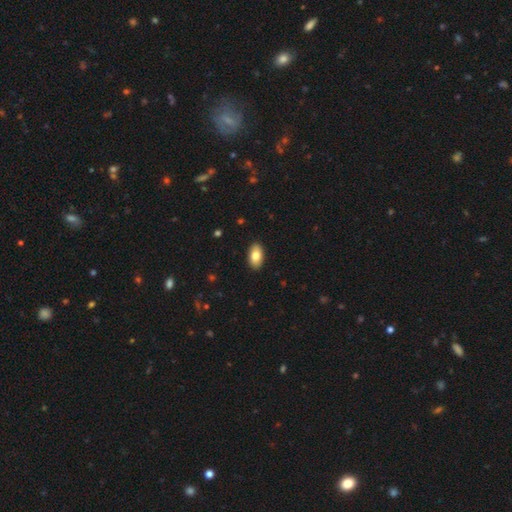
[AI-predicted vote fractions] This is clearly a smooth galaxy (83%). How rounded: clearly in between (94%). Merging: clearly none (90%).